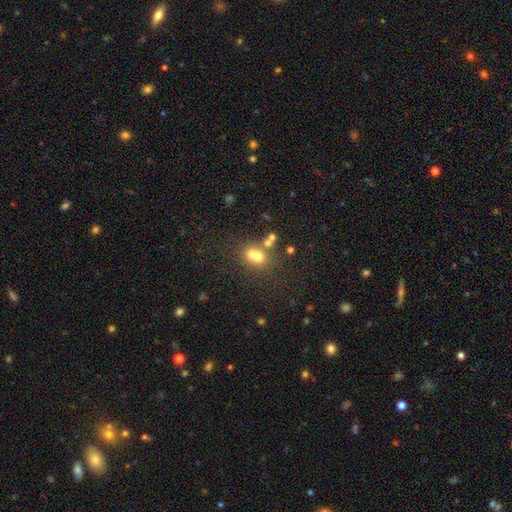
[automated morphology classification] The model was most divided on "merging": merger: 55%, none: 35%, minor disturbance: 7%, major disturbance: 4%. More confident: how rounded — round (73%); smooth or featured — smooth (61%).